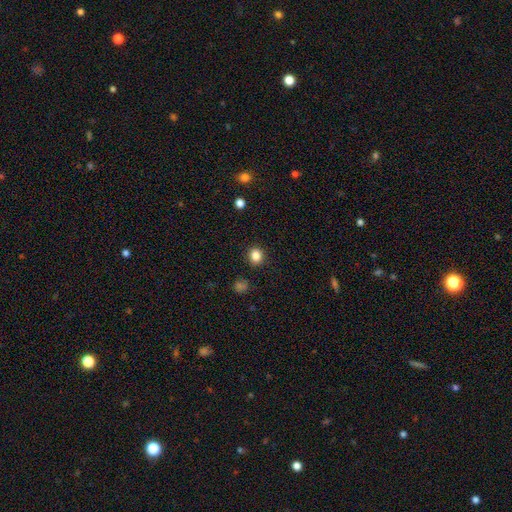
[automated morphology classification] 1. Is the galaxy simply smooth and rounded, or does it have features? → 84% smooth, 11% star or artifact, 4% featured or disk.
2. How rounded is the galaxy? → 79% round, 20% in between, 1% cigar-shaped.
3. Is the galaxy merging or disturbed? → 90% none, 7% minor disturbance, 2% major disturbance, 1% merger.